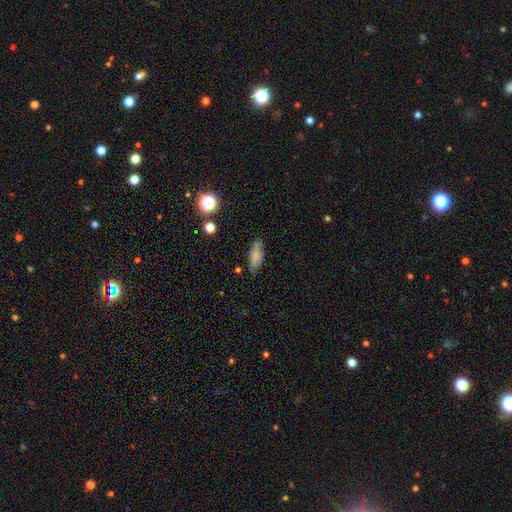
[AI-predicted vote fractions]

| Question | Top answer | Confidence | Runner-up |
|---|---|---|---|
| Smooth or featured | smooth | 76% | featured or disk (15%) |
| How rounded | in between | 77% | cigar-shaped (20%) |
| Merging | none | 74% | minor disturbance (20%) |